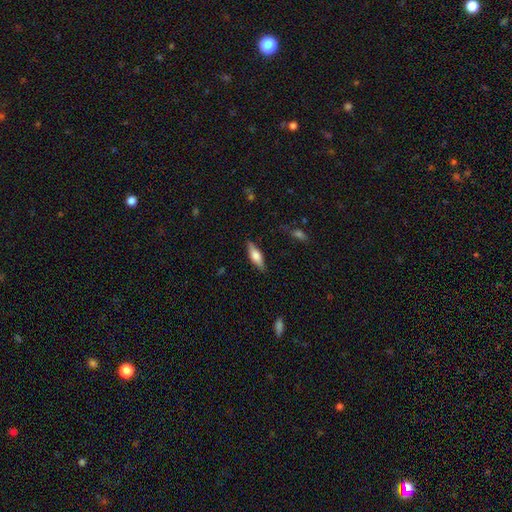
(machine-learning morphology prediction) Q: Smooth or featured?
A: smooth (57%); runner-up: featured or disk (37%)
Q: How rounded?
A: in between (55%); runner-up: cigar-shaped (43%)
Q: Merging?
A: none (84%); runner-up: minor disturbance (12%)